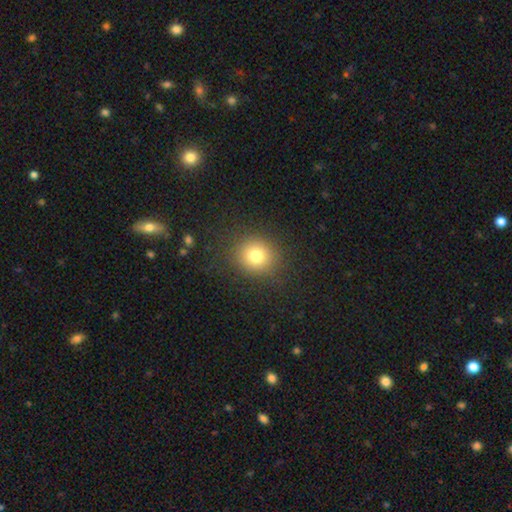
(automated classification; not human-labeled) A smooth galaxy with no disk features (79%) that is round (83%). Merging: none (87%).